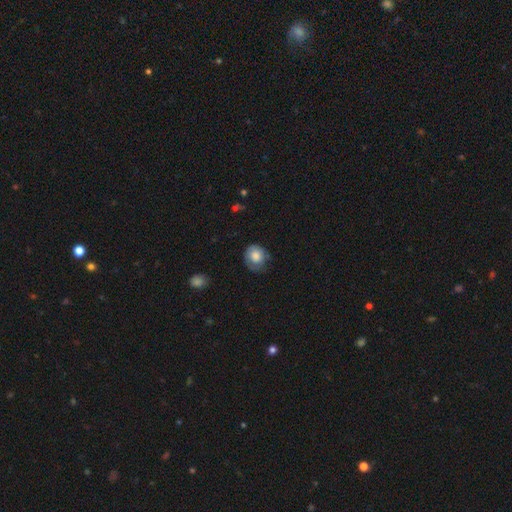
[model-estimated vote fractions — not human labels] Smooth or featured? smooth (73%)
How rounded? round (79%)
Merging? none (60%)